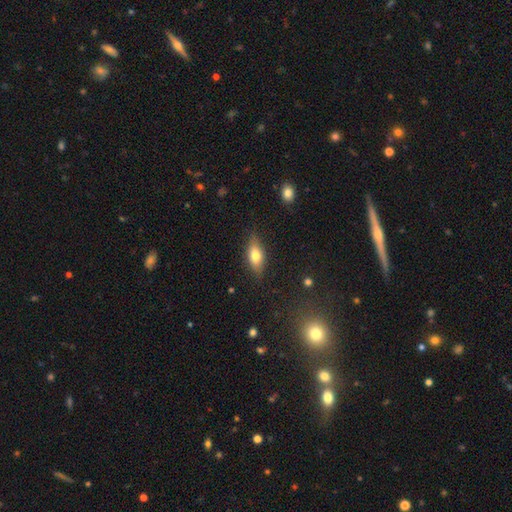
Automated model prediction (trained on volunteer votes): A smooth galaxy with no disk features (66%) that is in between round and cigar-shaped (75%). Merging: none (80%).